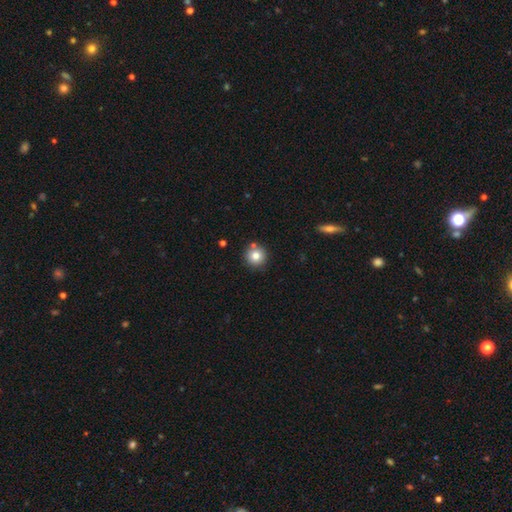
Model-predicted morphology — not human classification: Q: Smooth or featured?
A: smooth (80%); runner-up: star or artifact (11%)
Q: How rounded?
A: round (95%); runner-up: in between (4%)
Q: Merging?
A: none (80%); runner-up: merger (9%)